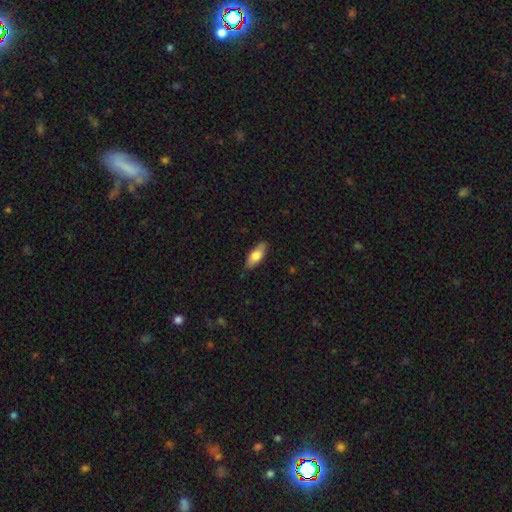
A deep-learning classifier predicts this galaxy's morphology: Smooth or featured?
  - smooth: 73% *
  - featured or disk: 21%
  - star or artifact: 6%
How rounded?
  - in between: 74% *
  - cigar-shaped: 23%
  - round: 2%
Merging?
  - none: 85% *
  - minor disturbance: 12%
  - major disturbance: 2%
  - merger: 1%